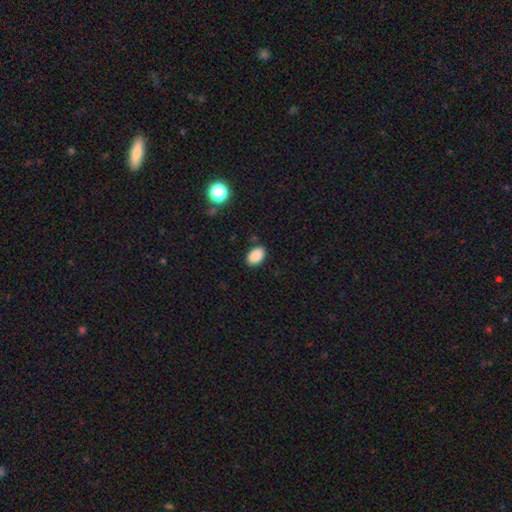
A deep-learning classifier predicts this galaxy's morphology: smooth 88%, star or artifact 8%, featured or disk 3%. Down the decision tree: how rounded — in between (88%); merging — none (86%).